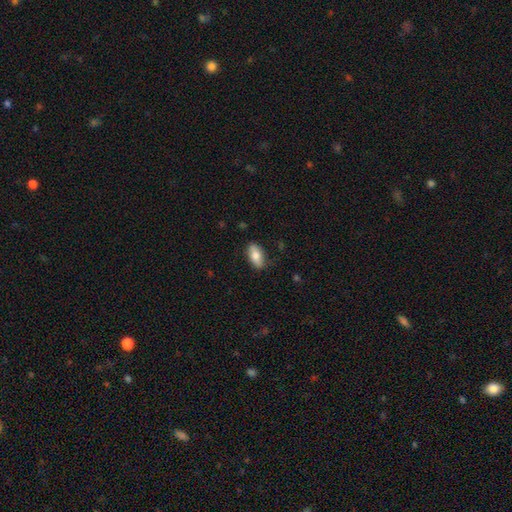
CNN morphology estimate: Smooth or featured? smooth (80%)
How rounded? in between (87%)
Merging? none (83%)